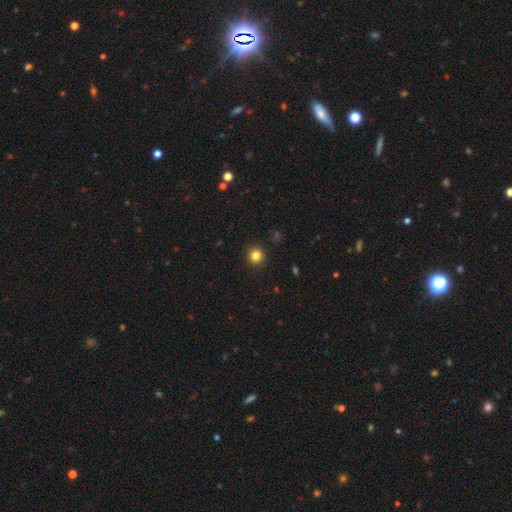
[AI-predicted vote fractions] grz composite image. It shows a smooth galaxy with no disk features (82%) that is round (92%). Merging: none (92%).